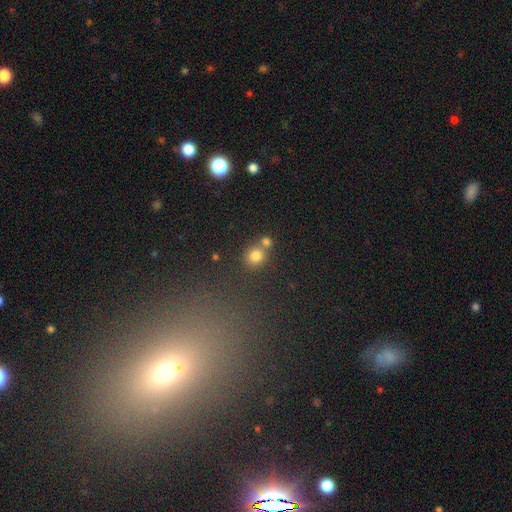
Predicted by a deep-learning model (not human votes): smooth-or-featured: smooth: 79% | star or artifact: 14% | featured or disk: 7%
  how-rounded: round: 83% | in between: 16% | cigar-shaped: 1%
  merging: none: 57% | merger: 32% | minor disturbance: 8% | major disturbance: 3%